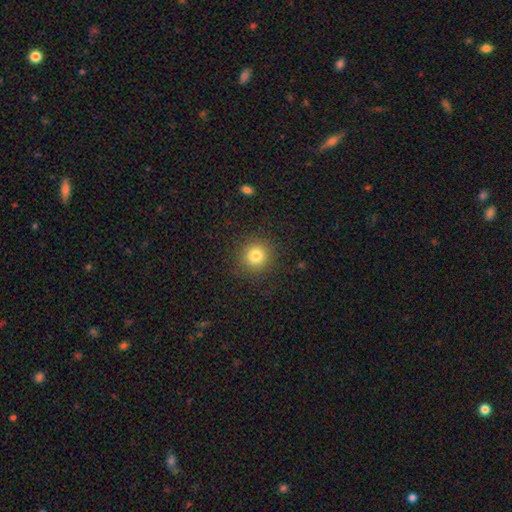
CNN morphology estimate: smooth 81%, star or artifact 12%, featured or disk 7%. Down the decision tree: how rounded — round (93%); merging — none (90%).